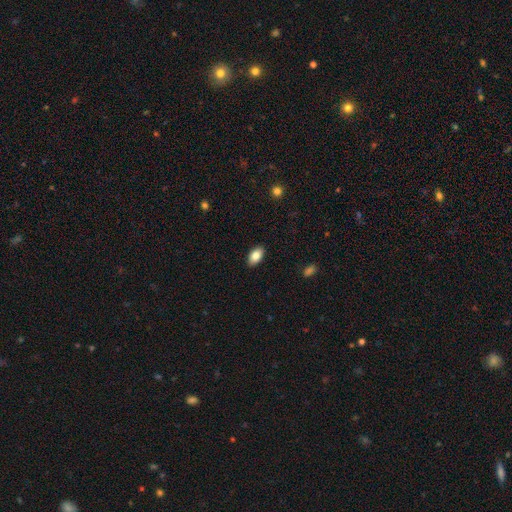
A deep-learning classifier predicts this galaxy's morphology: This is clearly a smooth galaxy (84%). How rounded: clearly in between (93%). Merging: clearly none (89%).